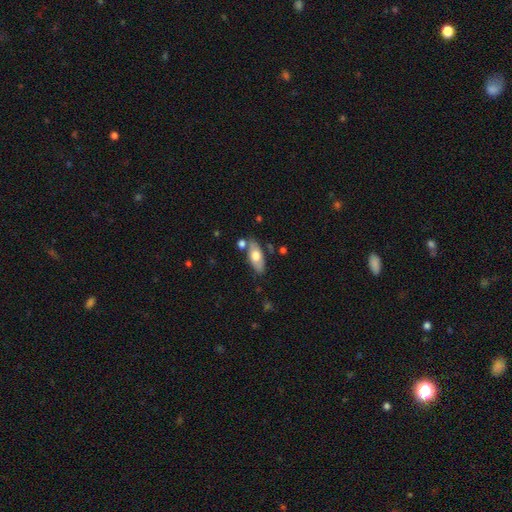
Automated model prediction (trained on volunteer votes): This is likely a smooth galaxy (64%). How rounded: clearly in between (83%). Merging: likely none (72%).